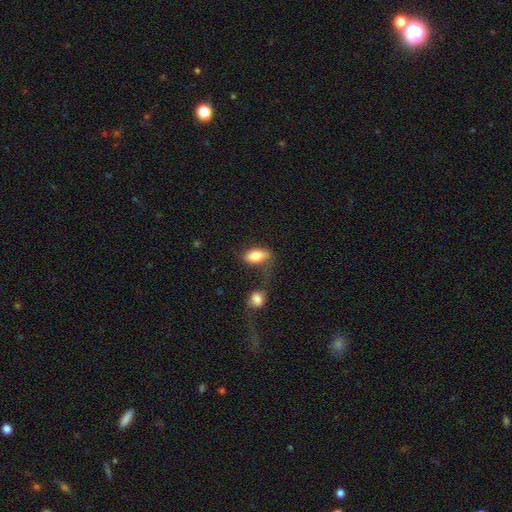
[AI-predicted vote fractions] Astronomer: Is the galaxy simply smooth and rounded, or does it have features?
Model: smooth — 82%.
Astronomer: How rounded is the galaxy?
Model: in between — 89%.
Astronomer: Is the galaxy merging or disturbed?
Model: none — 46%.